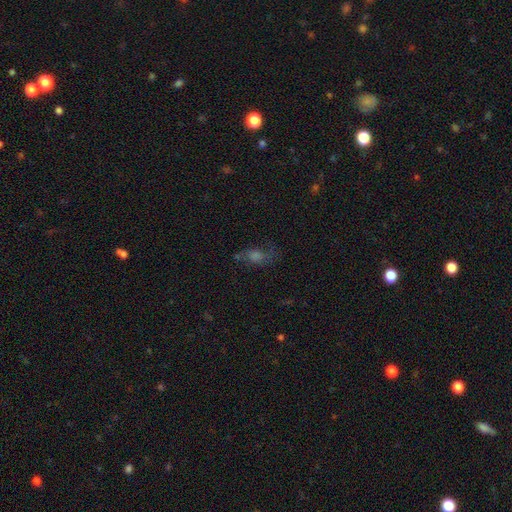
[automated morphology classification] A smooth galaxy with no disk features (37%).

Vote fractions:
- Smooth or featured? smooth: 37% / featured or disk: 35% / star or artifact: 28%
- Merging? none: 57% / minor disturbance: 20% / major disturbance: 19% / merger: 4%